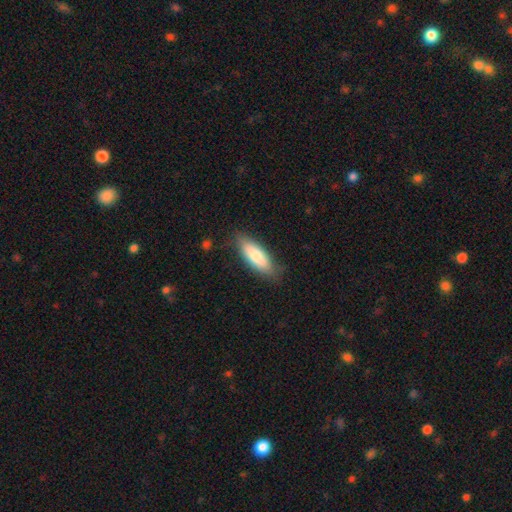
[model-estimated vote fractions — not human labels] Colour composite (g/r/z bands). It shows a smooth galaxy with no disk features (78%) that is in between round and cigar-shaped (64%). Merging: none (81%).